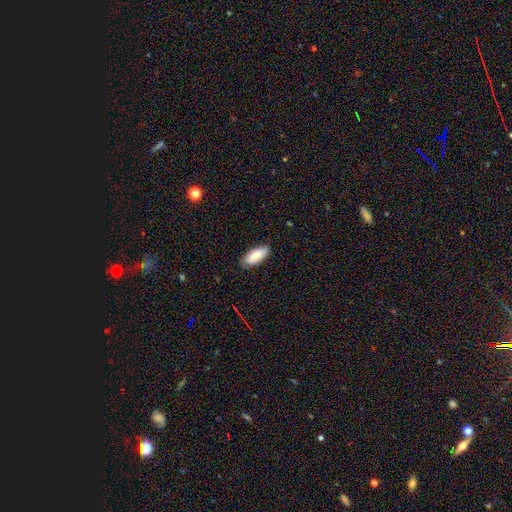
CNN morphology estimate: Overall: smooth (79%). How rounded: in between (88%). Merging: none (84%).